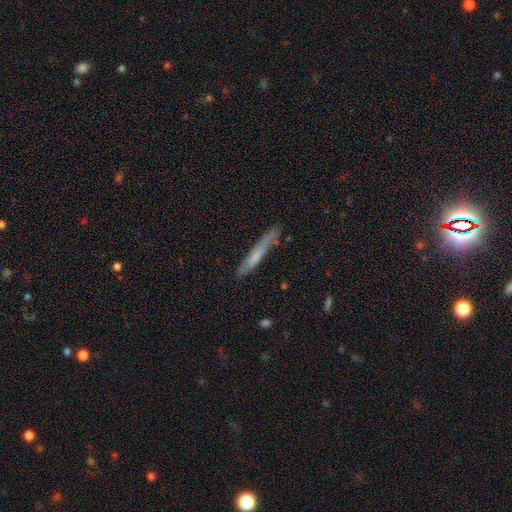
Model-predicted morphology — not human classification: Q: Smooth or featured?
A: smooth (62%); runner-up: featured or disk (32%)
Q: How rounded?
A: cigar-shaped (94%); runner-up: in between (5%)
Q: Merging?
A: none (76%); runner-up: minor disturbance (18%)